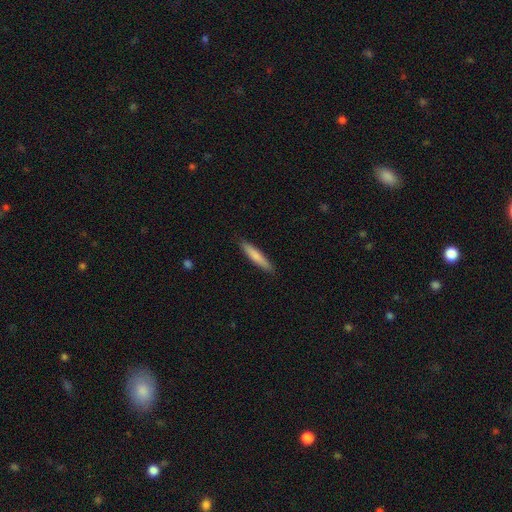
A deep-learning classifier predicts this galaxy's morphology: Smooth or featured: smooth — 79% (featured or disk — 16%)
How rounded: cigar-shaped — 90% (in between — 9%)
Merging: none — 89% (minor disturbance — 8%)